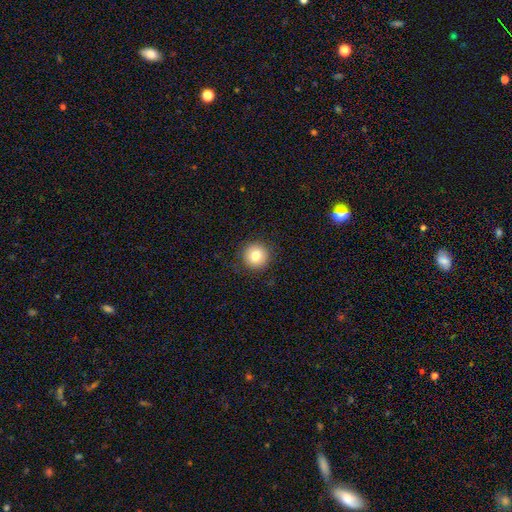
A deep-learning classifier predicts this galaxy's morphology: The model was most divided on "smooth or featured": smooth: 79%, star or artifact: 11%, featured or disk: 10%. More confident: how rounded — round (95%); merging — none (90%).